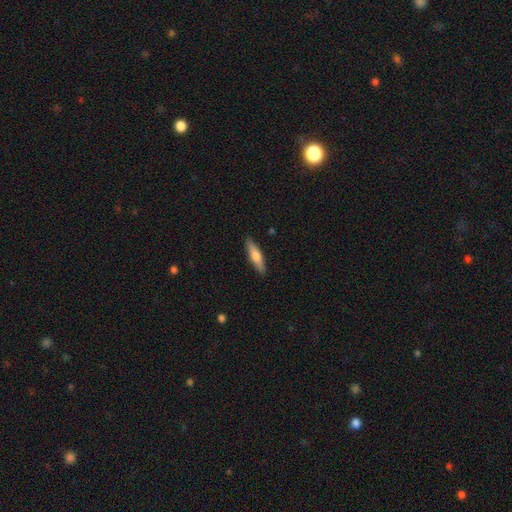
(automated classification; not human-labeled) Q: Smooth or featured?
A: smooth (64%); runner-up: featured or disk (31%)
Q: How rounded?
A: cigar-shaped (76%); runner-up: in between (22%)
Q: Merging?
A: none (89%); runner-up: minor disturbance (8%)